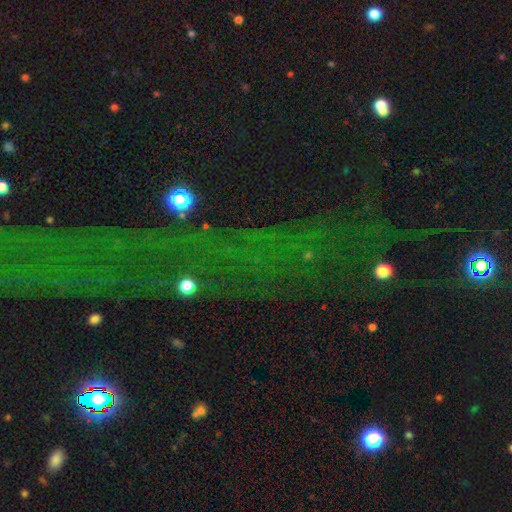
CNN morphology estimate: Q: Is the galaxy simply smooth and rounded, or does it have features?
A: star or artifact — 73%.